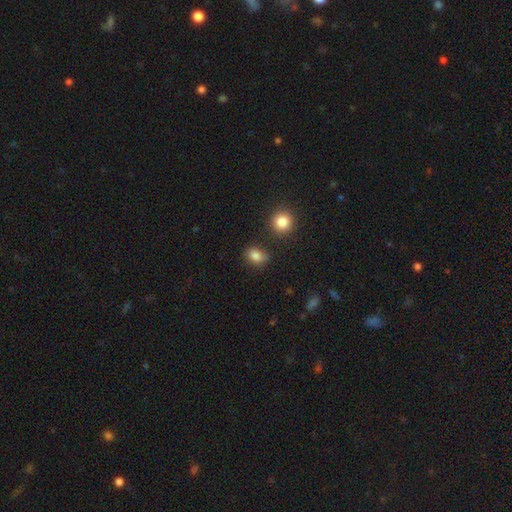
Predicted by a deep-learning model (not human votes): Smooth or featured? smooth (83%)
How rounded? in between (63%)
Merging? none (71%)